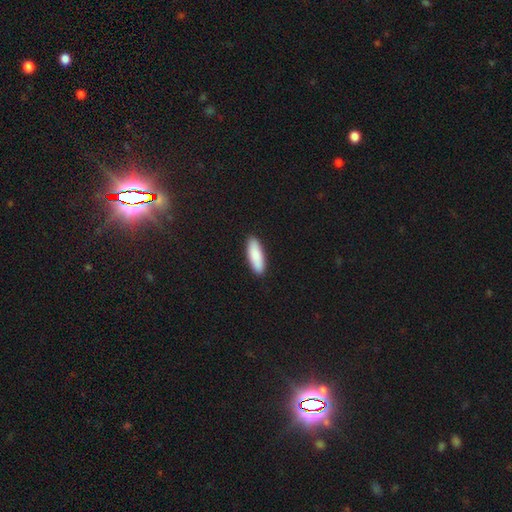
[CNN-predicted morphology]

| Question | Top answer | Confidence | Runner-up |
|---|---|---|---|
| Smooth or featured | smooth | 88% | featured or disk (7%) |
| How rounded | in between | 56% | cigar-shaped (42%) |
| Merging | none | 91% | minor disturbance (7%) |